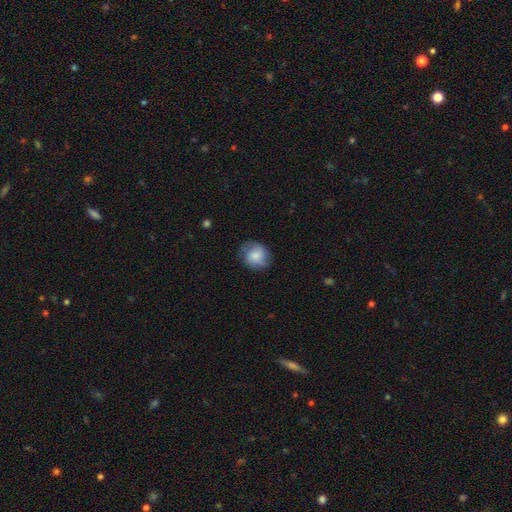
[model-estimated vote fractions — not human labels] smooth-or-featured: smooth: 72% | featured or disk: 21% | star or artifact: 8%
  how-rounded: round: 77% | in between: 22% | cigar-shaped: 1%
  merging: none: 70% | minor disturbance: 22% | major disturbance: 7% | merger: 1%